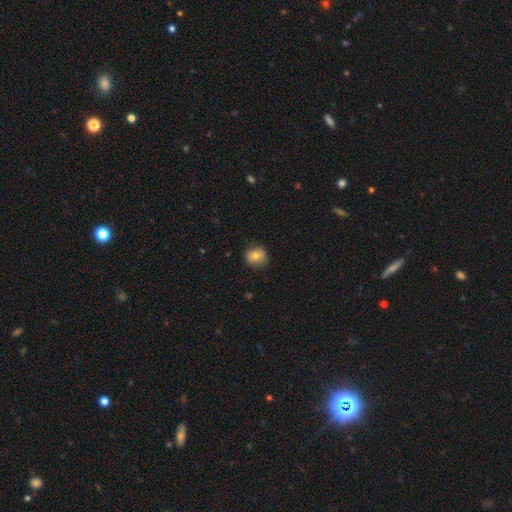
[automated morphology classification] This appears to be a smooth galaxy with no disk features (76%) that is round (80%). Merging: none (80%).